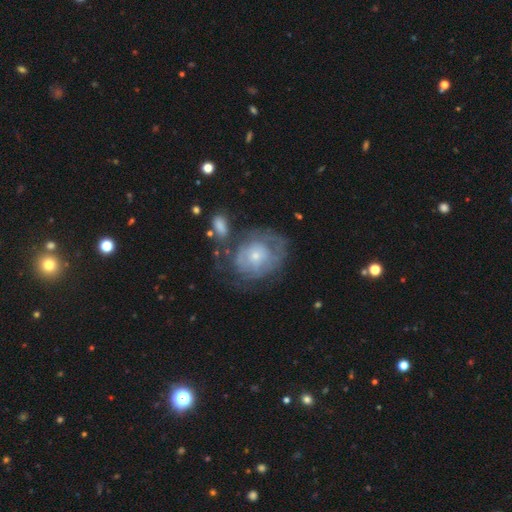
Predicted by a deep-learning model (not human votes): featured or disk 63%, smooth 29%, star or artifact 7%. Down the decision tree: edge-on disk — no (97%); bar — no (83%); spiral arms — yes (61%); bulge size — small (69%); merging — none (46%).